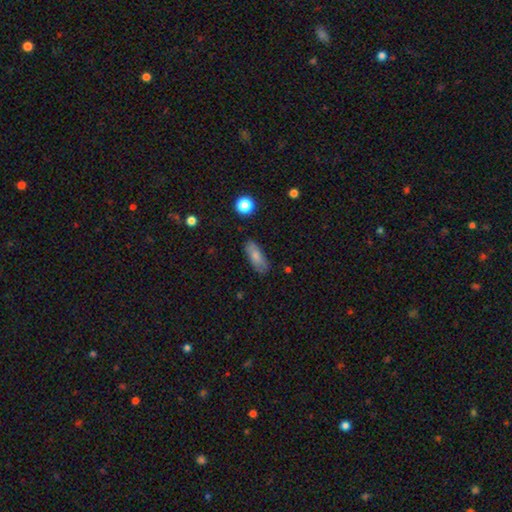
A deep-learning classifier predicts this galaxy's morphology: smooth_or_featured: smooth (p=0.78) [alt: featured or disk p=0.15]
how_rounded: in between (p=0.73) [alt: cigar-shaped p=0.24]
merging: none (p=0.81) [alt: minor disturbance p=0.14]